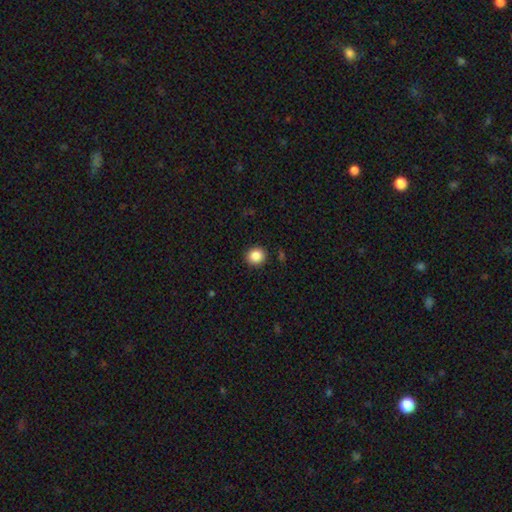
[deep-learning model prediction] smooth 87%, star or artifact 10%, featured or disk 4%. Down the decision tree: how rounded — round (90%); merging — none (91%).